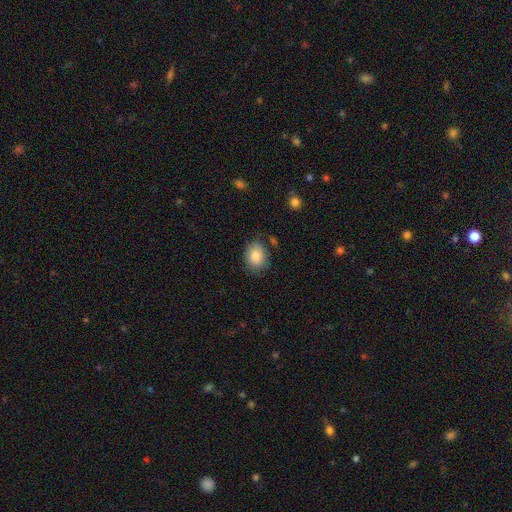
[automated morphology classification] The model was most divided on "how rounded": in between: 59%, round: 40%, cigar-shaped: 1%. More confident: smooth or featured — smooth (86%); merging — none (76%).